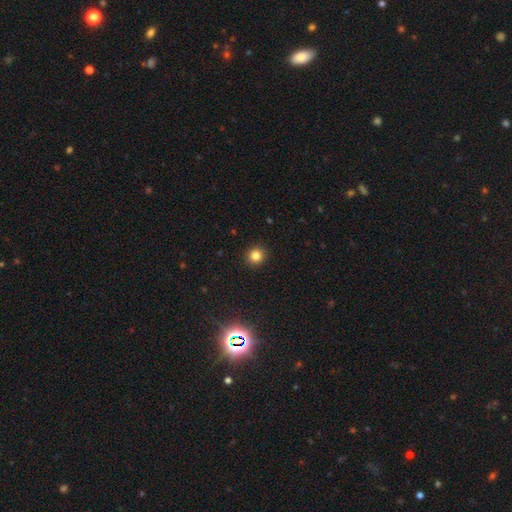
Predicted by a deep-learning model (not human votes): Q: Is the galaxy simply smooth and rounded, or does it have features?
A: smooth — 82%.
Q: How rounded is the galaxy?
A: round — 92%.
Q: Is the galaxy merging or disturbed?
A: none — 93%.